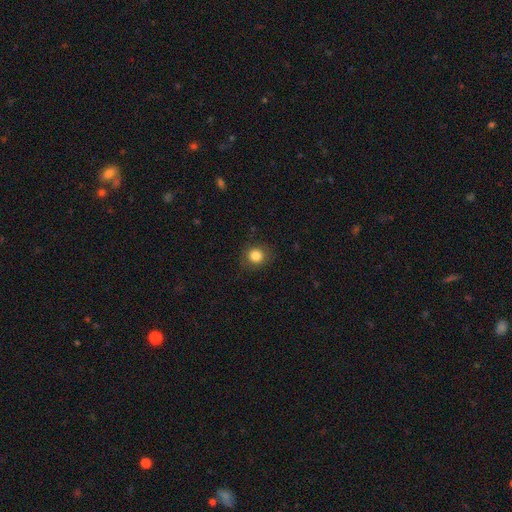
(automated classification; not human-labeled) Smooth or featured?
  - smooth: 84% *
  - star or artifact: 11%
  - featured or disk: 5%
How rounded?
  - round: 85% *
  - in between: 14%
  - cigar-shaped: 1%
Merging?
  - none: 86% *
  - minor disturbance: 10%
  - major disturbance: 3%
  - merger: 1%